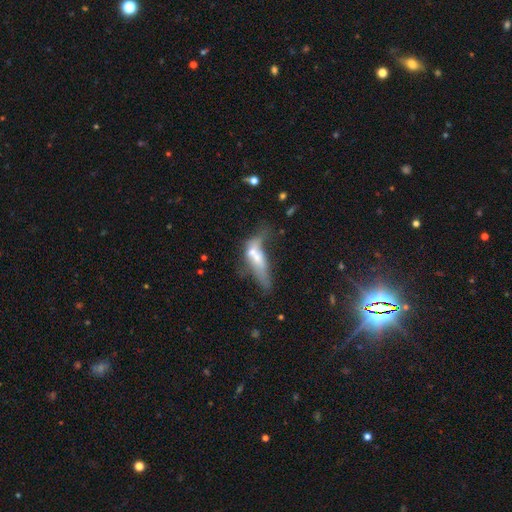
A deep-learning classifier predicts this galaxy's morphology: featured or disk 47%, smooth 43%, star or artifact 10%. Down the decision tree: merging — merger (45%).